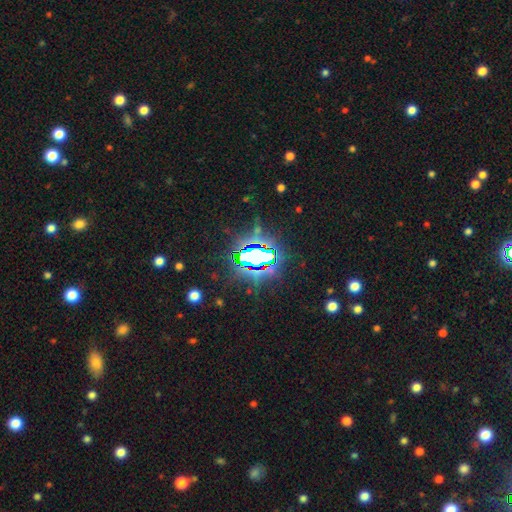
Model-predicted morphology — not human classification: Overall: star or artifact (76%).